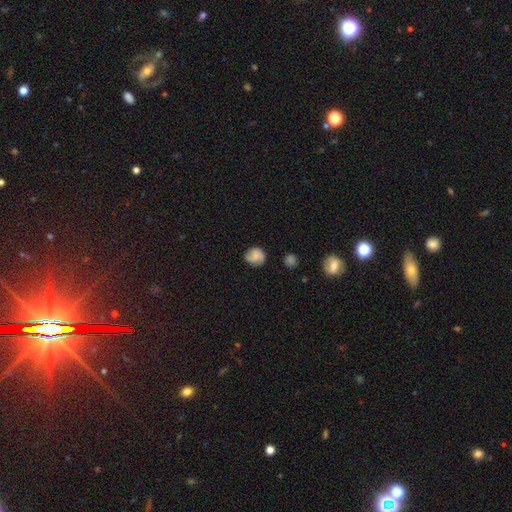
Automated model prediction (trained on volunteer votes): Smooth or featured? smooth (52%)
How rounded? round (75%)
Merging? none (73%)